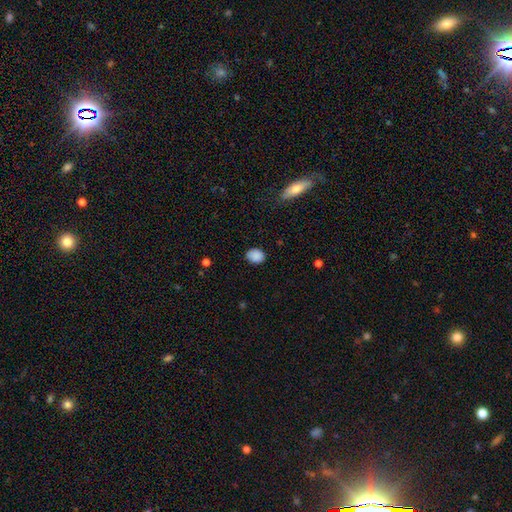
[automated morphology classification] Smooth or featured? smooth (88%)
How rounded? in between (56%)
Merging? none (83%)